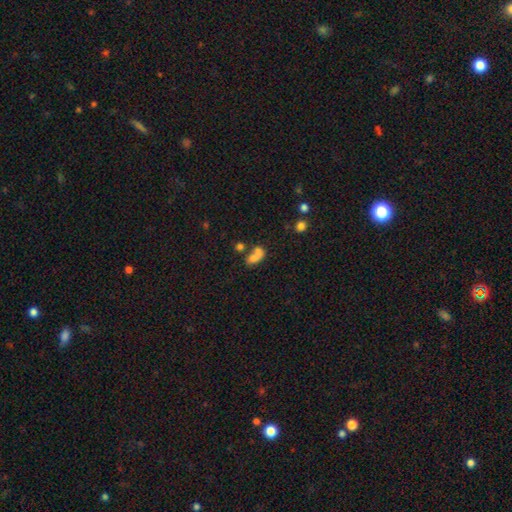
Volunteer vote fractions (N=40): smooth_or_featured: smooth (p=0.75) [alt: featured or disk p=0.15]
how_rounded: round (p=0.50) [alt: in between p=0.47]
merging: merger (p=0.75) [alt: minor disturbance p=0.14]